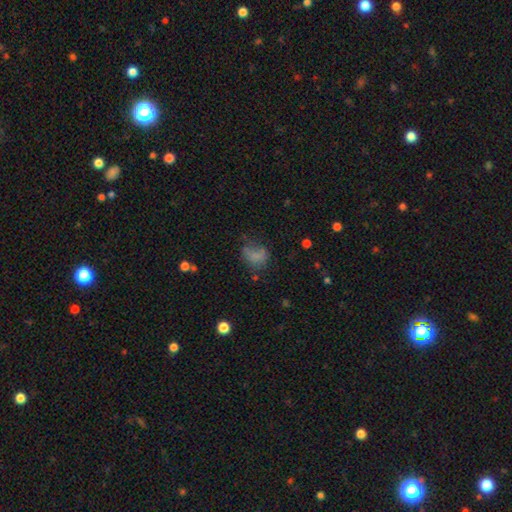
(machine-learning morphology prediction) Q: Smooth or featured?
A: smooth (67%); runner-up: featured or disk (18%)
Q: How rounded?
A: in between (58%); runner-up: round (40%)
Q: Merging?
A: none (42%); runner-up: minor disturbance (27%)